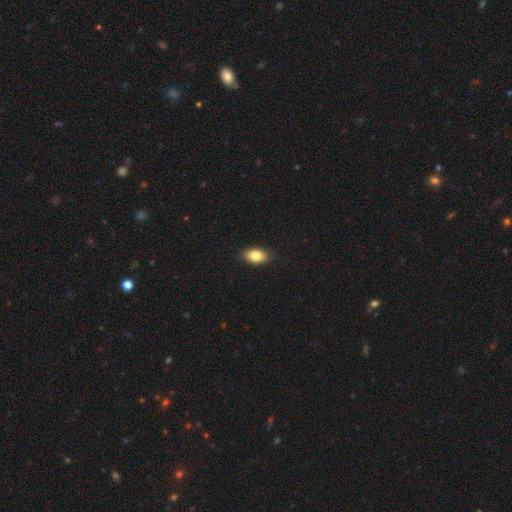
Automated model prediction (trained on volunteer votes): Smooth or featured? smooth (83%)
How rounded? in between (89%)
Merging? none (87%)